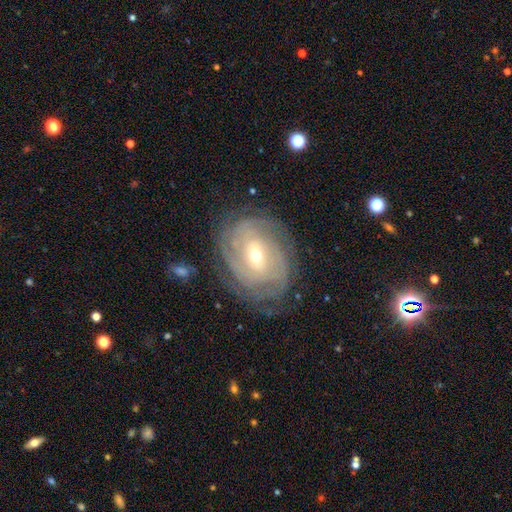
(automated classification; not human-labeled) Q: Smooth or featured?
A: featured or disk (83%); runner-up: smooth (10%)
Q: Edge-on disk?
A: no (96%); runner-up: yes (4%)
Q: Bar?
A: weak (47%); runner-up: no (37%)
Q: Spiral arms?
A: yes (93%); runner-up: no (7%)
Q: Spiral winding?
A: tight (74%); runner-up: medium (20%)
Q: Spiral arm count?
A: can't tell (42%); runner-up: 2 (18%)
Q: Bulge size?
A: small (49%); runner-up: moderate (48%)
Q: Merging?
A: none (74%); runner-up: minor disturbance (18%)